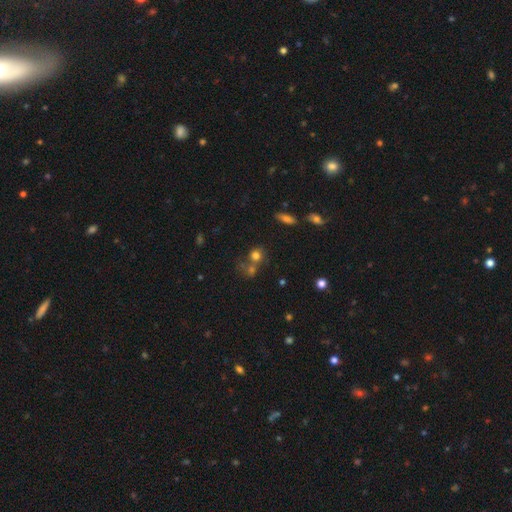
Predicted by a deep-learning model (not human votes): smooth-or-featured: smooth: 71% | star or artifact: 18% | featured or disk: 11%
  how-rounded: round: 82% | in between: 17% | cigar-shaped: 1%
  merging: none: 48% | merger: 35% | minor disturbance: 10% | major disturbance: 6%